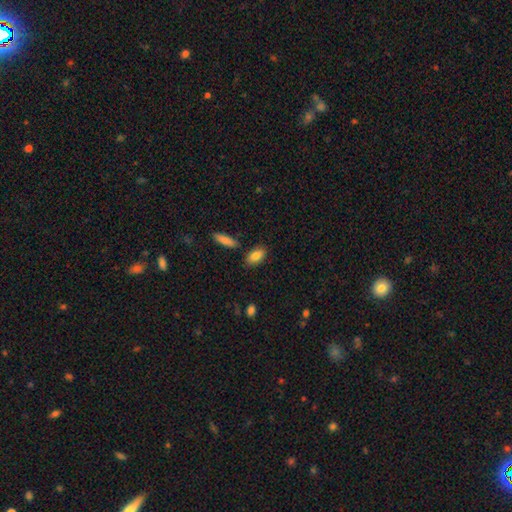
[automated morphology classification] This is clearly a smooth galaxy (85%). How rounded: clearly in between (88%). Merging: clearly none (81%).